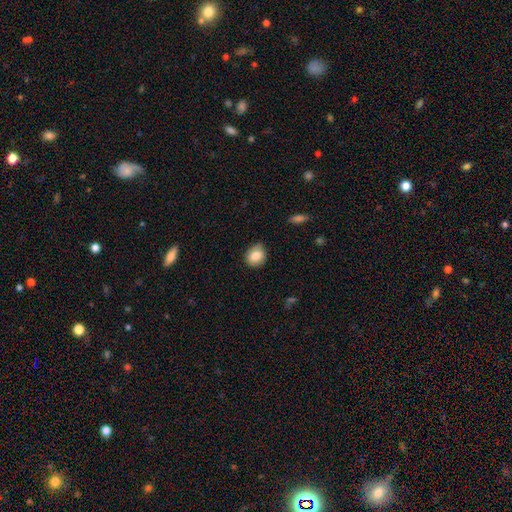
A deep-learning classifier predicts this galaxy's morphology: A smooth galaxy with no disk features (82%) that is round (66%).

Vote fractions:
- Smooth or featured? smooth: 82% / featured or disk: 9% / star or artifact: 8%
- How rounded? round: 66% / in between: 33% / cigar-shaped: 1%
- Merging? none: 79% / minor disturbance: 17% / major disturbance: 3% / merger: 1%